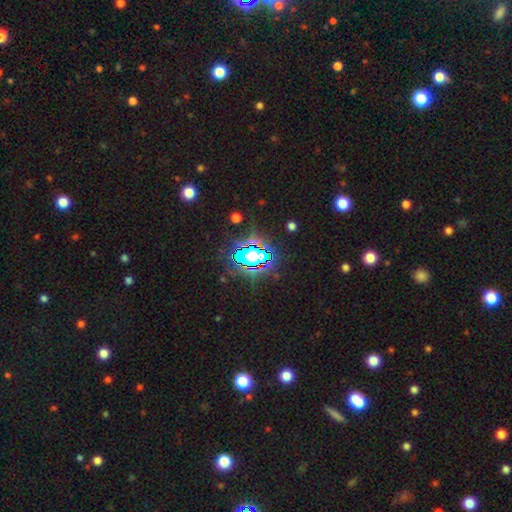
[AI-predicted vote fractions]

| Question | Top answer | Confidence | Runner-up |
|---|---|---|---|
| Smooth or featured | star or artifact | 71% | smooth (17%) |